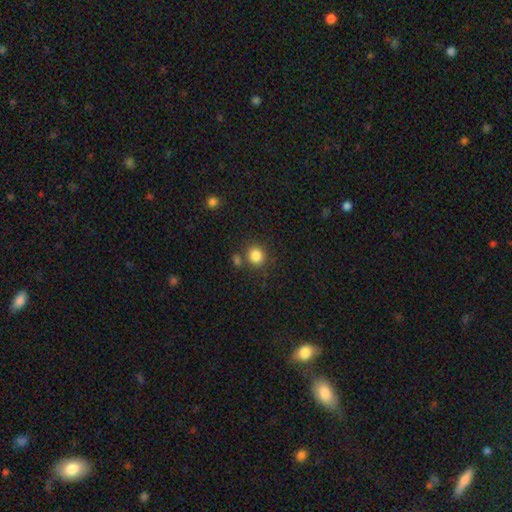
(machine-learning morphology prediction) smooth-or-featured: smooth: 85% | star or artifact: 11% | featured or disk: 5%
  how-rounded: round: 82% | in between: 17% | cigar-shaped: 1%
  merging: none: 77% | merger: 11% | minor disturbance: 9% | major disturbance: 3%